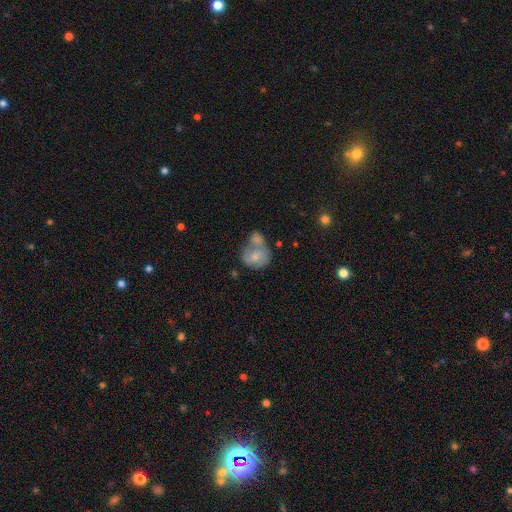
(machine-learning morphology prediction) Overall: smooth (54%; featured or disk 39%). How rounded: round (64%; in between 35%). Merging: merger (55%; none 24%).